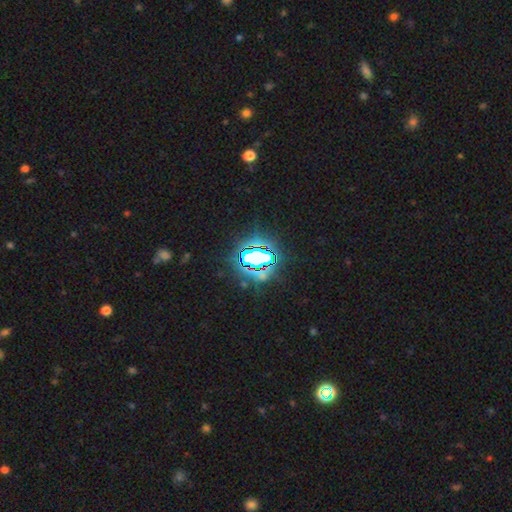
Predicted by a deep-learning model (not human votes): Smooth or featured?
  - star or artifact: 72% *
  - smooth: 17%
  - featured or disk: 11%